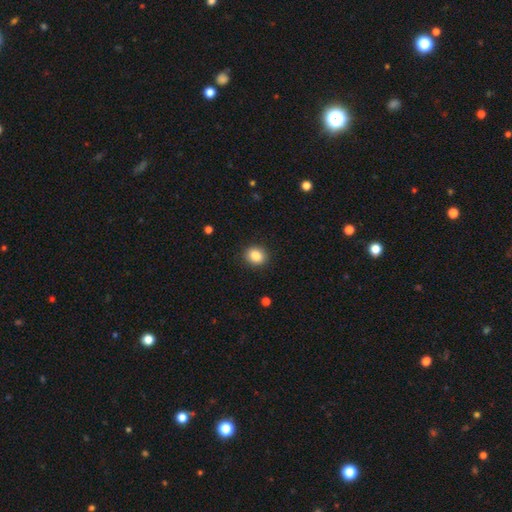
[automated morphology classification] smooth 86%, star or artifact 9%, featured or disk 5%. Down the decision tree: how rounded — round (62%); merging — none (90%).